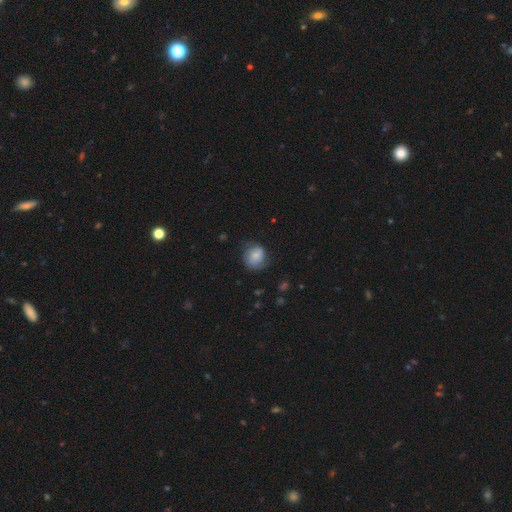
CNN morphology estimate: Smooth or featured? Predicted: smooth (p=0.64). How rounded? Predicted: round (p=0.74). Merging? Predicted: none (p=0.64).